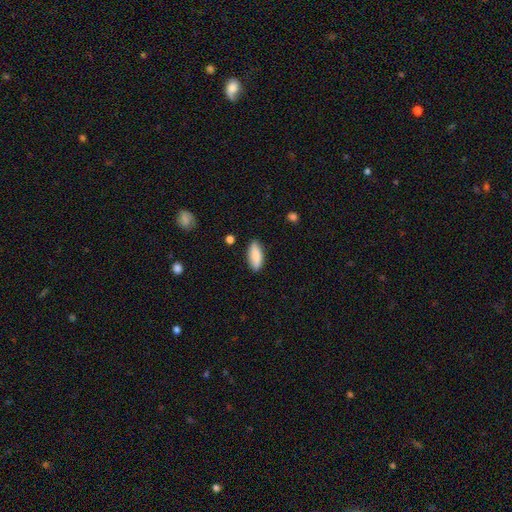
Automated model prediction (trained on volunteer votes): A smooth galaxy with no disk features (86%) that is in between round and cigar-shaped (74%). Merging: none (85%).